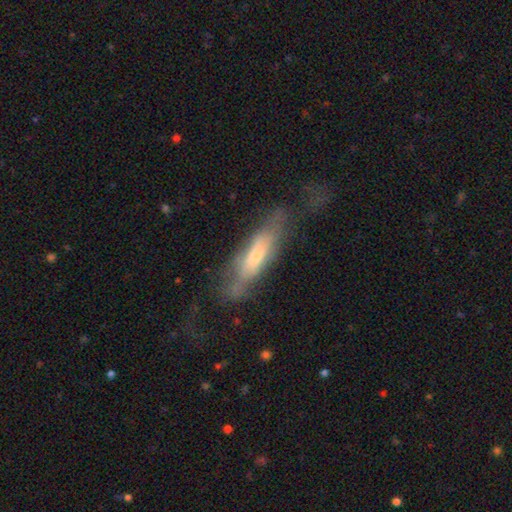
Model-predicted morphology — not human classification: This is possibly a featured or disk galaxy (51%). It is possibly viewed edge-on (59%). Merging: possibly none (50%).